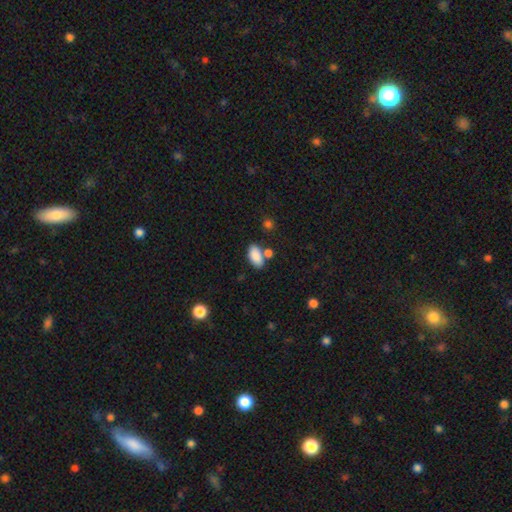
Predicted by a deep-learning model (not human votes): Smooth or featured? smooth (87%)
How rounded? in between (93%)
Merging? none (65%)